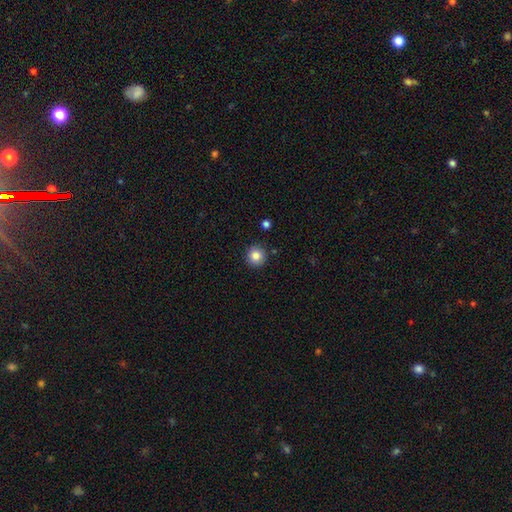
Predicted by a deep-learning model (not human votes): Morphology: type=smooth (85%); roundness=round (95%); merging=none (91%).